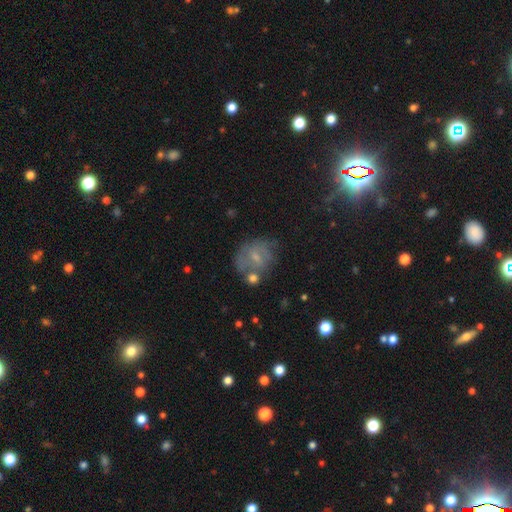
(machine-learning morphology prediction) smooth 46%, featured or disk 41%, star or artifact 13%. Down the decision tree: merging — none (51%).